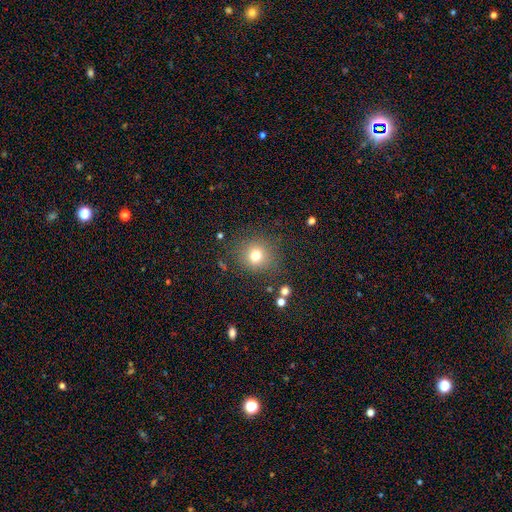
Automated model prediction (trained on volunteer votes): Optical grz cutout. It shows a smooth galaxy with no disk features (76%) that is round (88%). Merging: none (84%).